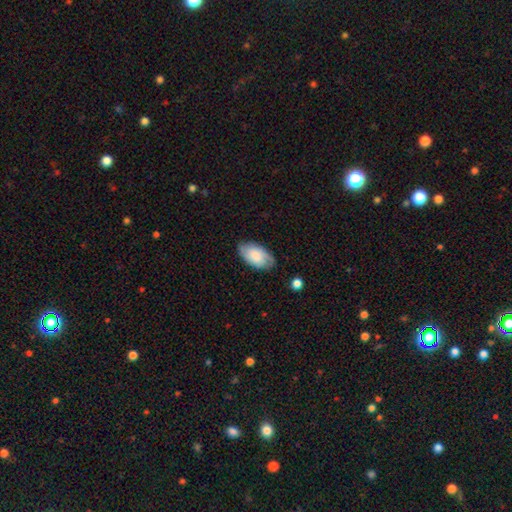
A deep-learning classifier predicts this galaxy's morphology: Overall: smooth (71%). How rounded: in between (95%). Merging: none (76%).